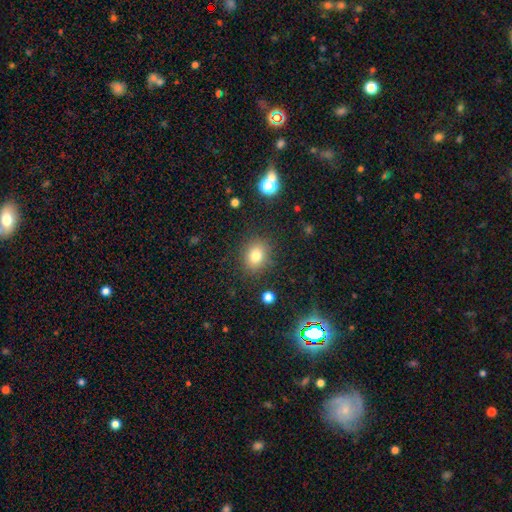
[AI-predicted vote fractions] Morphology: type=smooth (79%); roundness=round (59%); merging=none (85%).